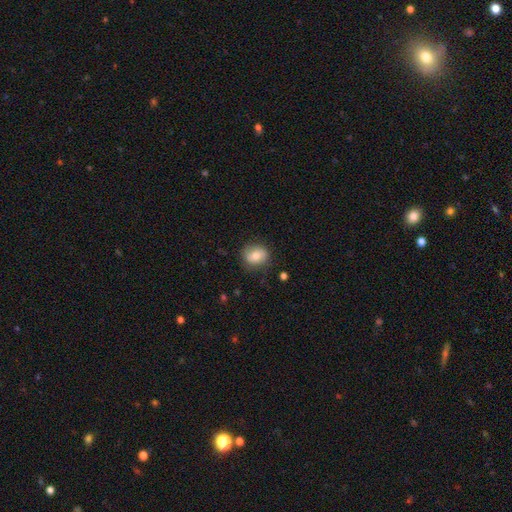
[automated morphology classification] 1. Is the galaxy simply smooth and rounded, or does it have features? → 71% smooth, 21% featured or disk, 8% star or artifact.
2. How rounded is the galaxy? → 68% round, 30% in between, 1% cigar-shaped.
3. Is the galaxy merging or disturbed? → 80% none, 15% minor disturbance, 4% major disturbance, 1% merger.